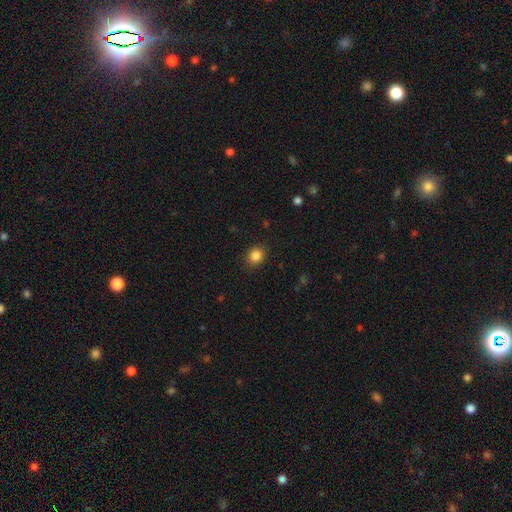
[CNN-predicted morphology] Q: Smooth or featured?
A: smooth (85%); runner-up: star or artifact (11%)
Q: How rounded?
A: round (72%); runner-up: in between (27%)
Q: Merging?
A: none (88%); runner-up: minor disturbance (9%)